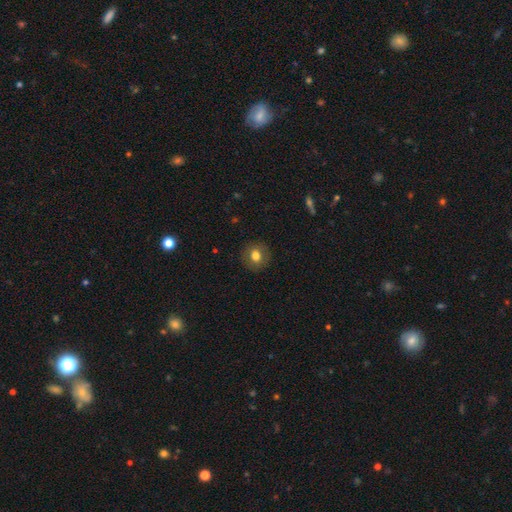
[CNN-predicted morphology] smooth-or-featured: smooth: 75% | featured or disk: 16% | star or artifact: 10%
  how-rounded: round: 88% | in between: 11% | cigar-shaped: 1%
  merging: none: 89% | minor disturbance: 7% | major disturbance: 2% | merger: 1%